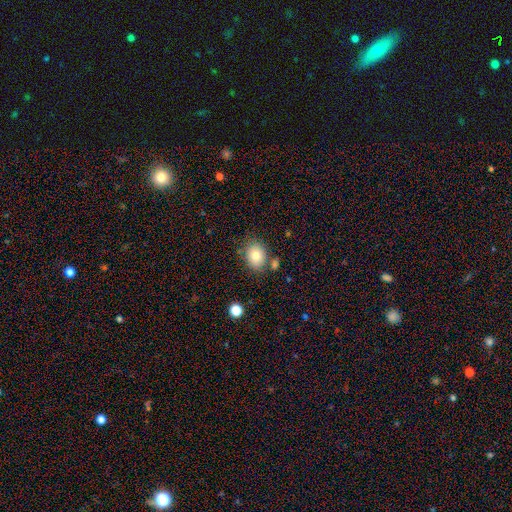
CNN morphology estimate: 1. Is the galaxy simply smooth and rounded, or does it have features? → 79% smooth, 11% featured or disk, 9% star or artifact.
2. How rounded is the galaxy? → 57% in between, 42% round, 1% cigar-shaped.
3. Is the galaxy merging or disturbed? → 73% none, 14% minor disturbance, 9% merger, 4% major disturbance.